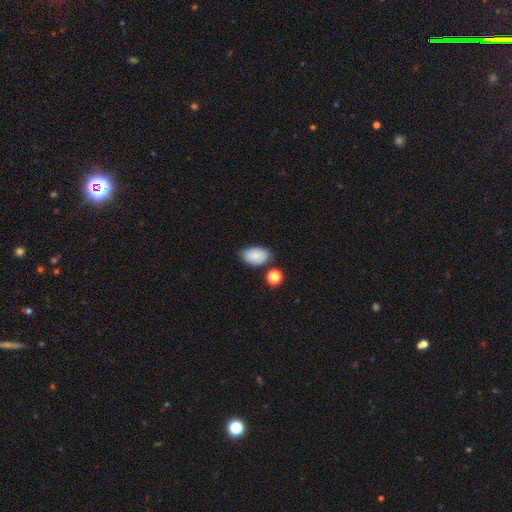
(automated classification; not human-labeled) Smooth or featured: smooth — 82% (featured or disk — 10%)
How rounded: in between — 91% (round — 8%)
Merging: none — 71% (minor disturbance — 18%)